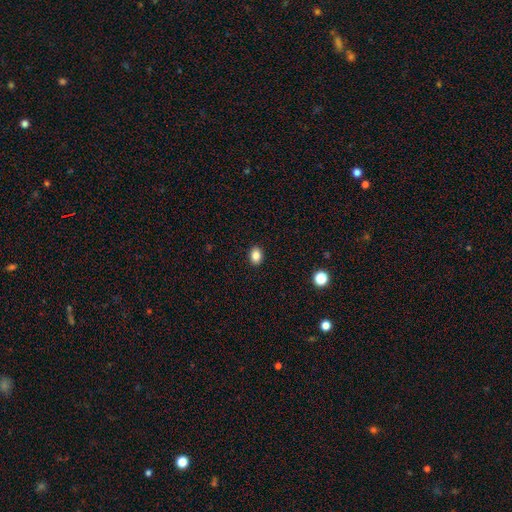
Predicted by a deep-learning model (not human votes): smooth-or-featured: smooth: 84% | star or artifact: 10% | featured or disk: 6%
  how-rounded: in between: 65% | round: 34% | cigar-shaped: 1%
  merging: none: 91% | minor disturbance: 6% | major disturbance: 2% | merger: 1%